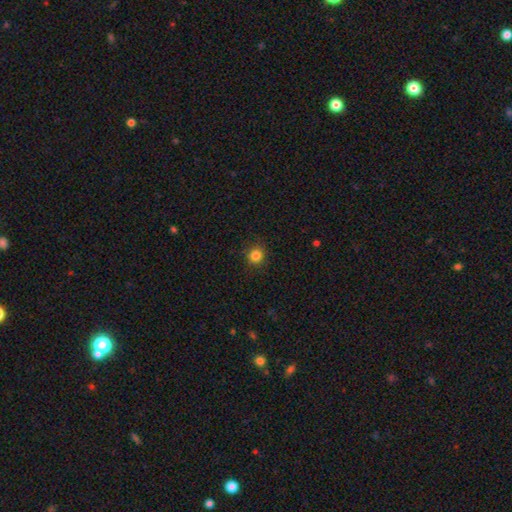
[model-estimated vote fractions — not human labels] Morphology: type=smooth (84%); roundness=round (91%); merging=none (88%).